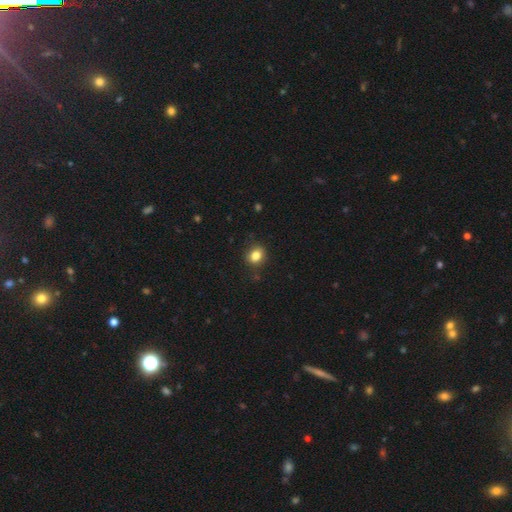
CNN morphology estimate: Overall: smooth (83%). How rounded: round (57%; in between 42%). Merging: none (85%).